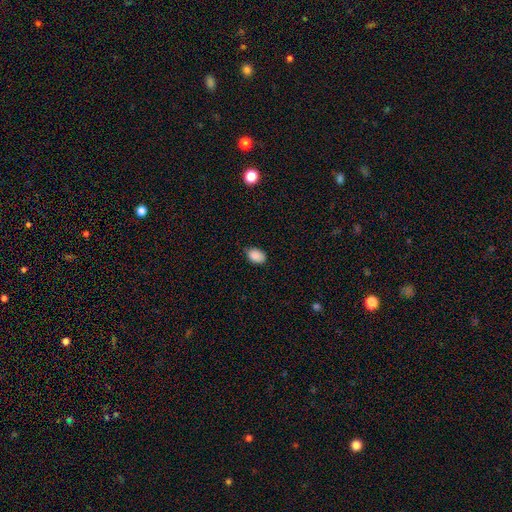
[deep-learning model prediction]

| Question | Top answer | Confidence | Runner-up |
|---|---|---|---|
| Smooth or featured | smooth | 89% | star or artifact (8%) |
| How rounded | in between | 81% | round (18%) |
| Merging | none | 78% | minor disturbance (18%) |